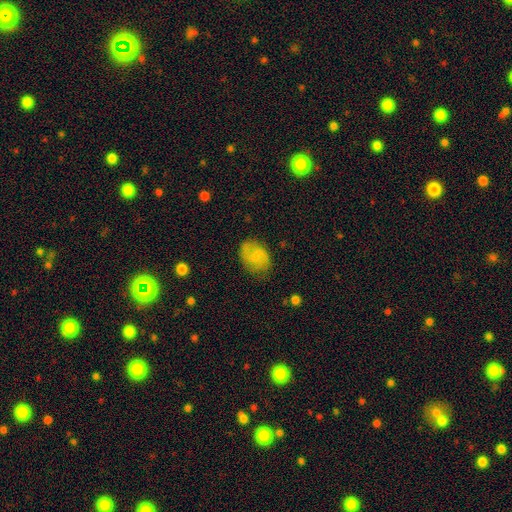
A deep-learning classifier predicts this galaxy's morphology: smooth 56%, featured or disk 35%, star or artifact 9%. Down the decision tree: how rounded — in between (76%); merging — none (73%).